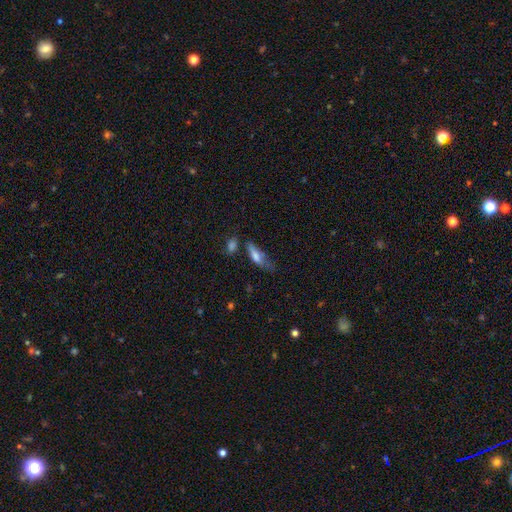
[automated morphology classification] Smooth or featured?
  - smooth: 69% *
  - featured or disk: 24%
  - star or artifact: 8%
How rounded?
  - cigar-shaped: 51% *
  - in between: 47%
  - round: 2%
Merging?
  - none: 38% *
  - minor disturbance: 32%
  - major disturbance: 20%
  - merger: 10%